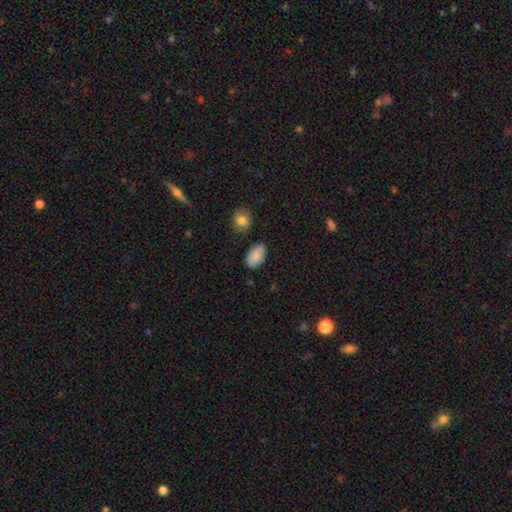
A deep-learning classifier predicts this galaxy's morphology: The model was most divided on "merging": none: 78%, minor disturbance: 16%, merger: 3%, major disturbance: 3%. More confident: how rounded — in between (92%); smooth or featured — smooth (87%).